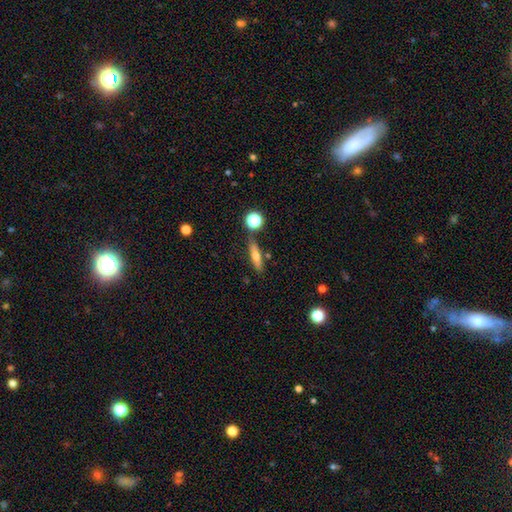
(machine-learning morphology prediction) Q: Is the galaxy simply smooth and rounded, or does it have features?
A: smooth — 59%.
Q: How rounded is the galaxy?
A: cigar-shaped — 67%.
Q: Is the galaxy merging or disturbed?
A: none — 77%.